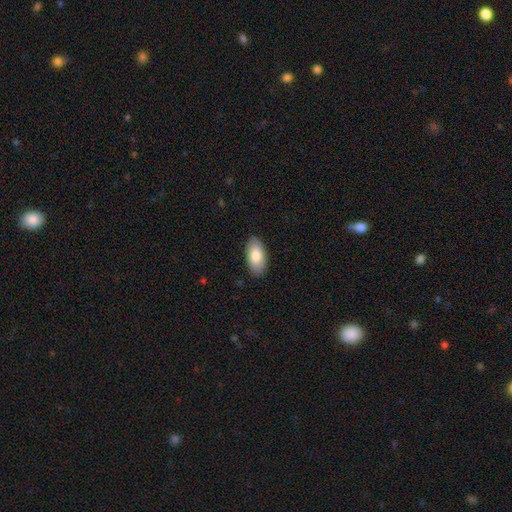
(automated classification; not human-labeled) Smooth or featured: smooth — 80% (featured or disk — 14%)
How rounded: in between — 94% (cigar-shaped — 3%)
Merging: none — 87% (minor disturbance — 10%)